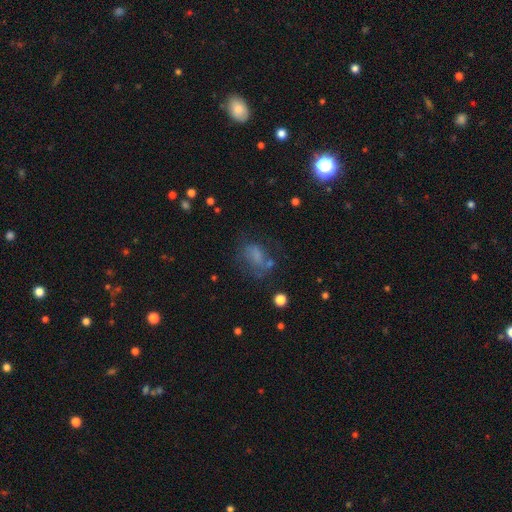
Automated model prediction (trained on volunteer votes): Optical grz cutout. It shows a smooth galaxy with no disk features (59%) that is in between round and cigar-shaped (74%). Merging: none (47%).